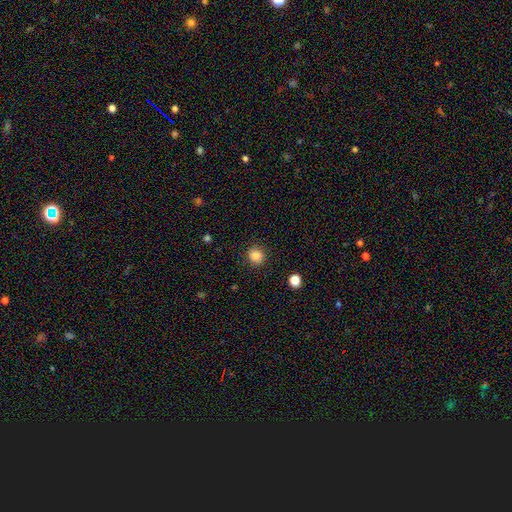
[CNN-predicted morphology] smooth 87%, star or artifact 10%, featured or disk 3%. Down the decision tree: how rounded — round (83%); merging — none (88%).